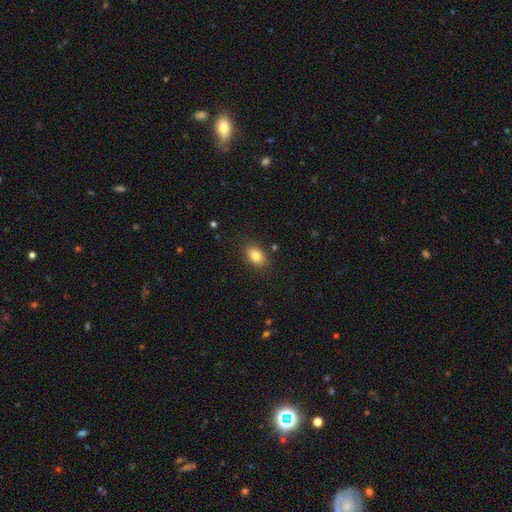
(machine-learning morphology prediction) Smooth or featured? Predicted: smooth (p=0.83). How rounded? Predicted: in between (p=0.80). Merging? Predicted: none (p=0.86).